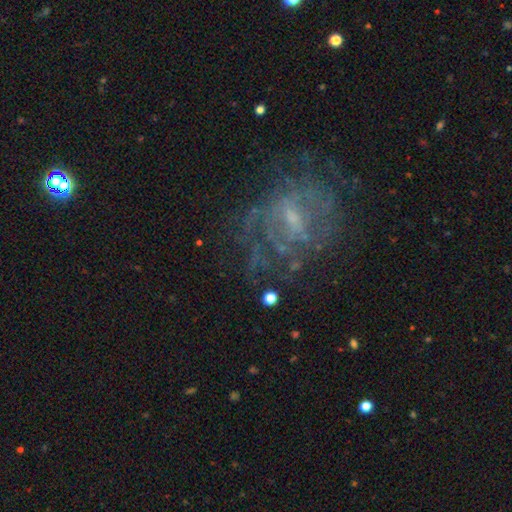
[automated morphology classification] Smooth or featured? Predicted: featured or disk (p=0.71). Edge-on disk? Predicted: no (p=0.97). Bar? Predicted: weak (p=0.52). Spiral arms? Predicted: yes (p=0.68). Bulge size? Predicted: small (p=0.58). Merging? Predicted: none (p=0.58).